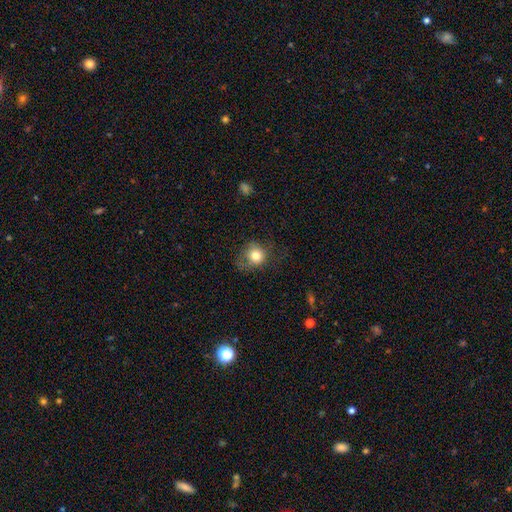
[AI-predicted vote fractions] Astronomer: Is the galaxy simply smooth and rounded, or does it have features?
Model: smooth — 79%.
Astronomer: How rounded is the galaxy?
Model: round — 78%.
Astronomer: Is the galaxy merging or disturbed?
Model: none — 57%.